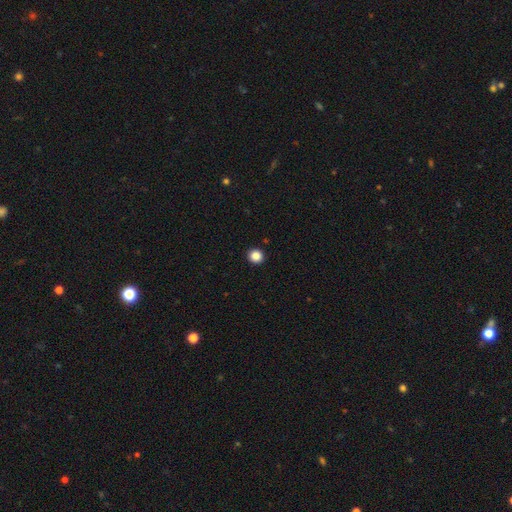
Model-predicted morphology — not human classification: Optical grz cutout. It shows a smooth galaxy with no disk features (86%) that is round (93%). Merging: none (94%).